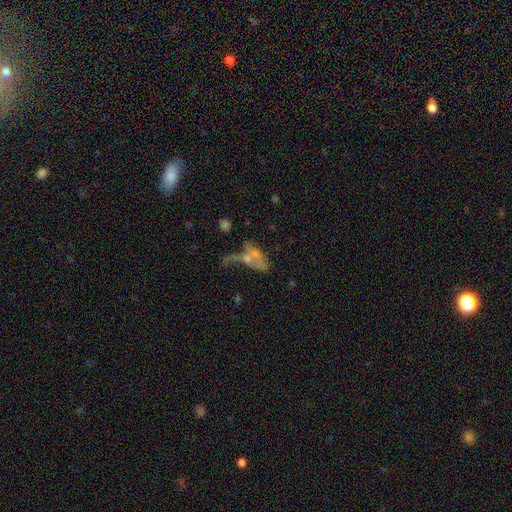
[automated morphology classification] featured or disk 44%, smooth 42%, star or artifact 14%. Down the decision tree: merging — merger (52%).